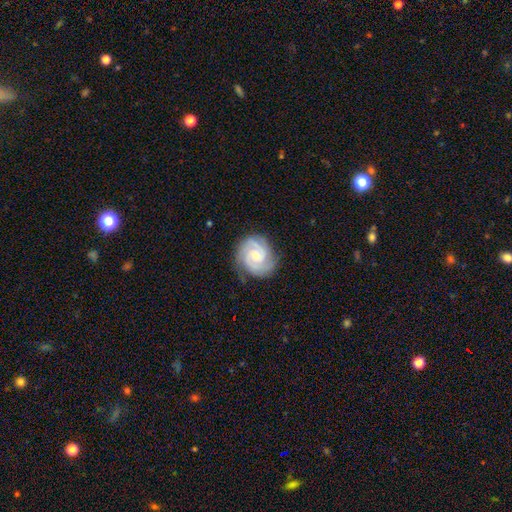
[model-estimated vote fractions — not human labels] featured or disk 88%, smooth 7%, star or artifact 5%. Down the decision tree: edge-on disk — no (98%); bar — no (63%); spiral arms — yes (98%); spiral arm count — 2 (51%); spiral winding — tight (66%); bulge size — small (52%); merging — none (80%).